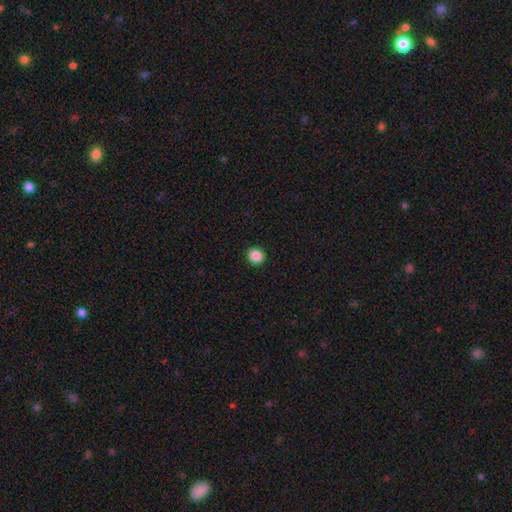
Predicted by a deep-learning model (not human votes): The model was most divided on "how rounded": round: 86%, in between: 13%, cigar-shaped: 1%. More confident: merging — none (92%); smooth or featured — smooth (88%).